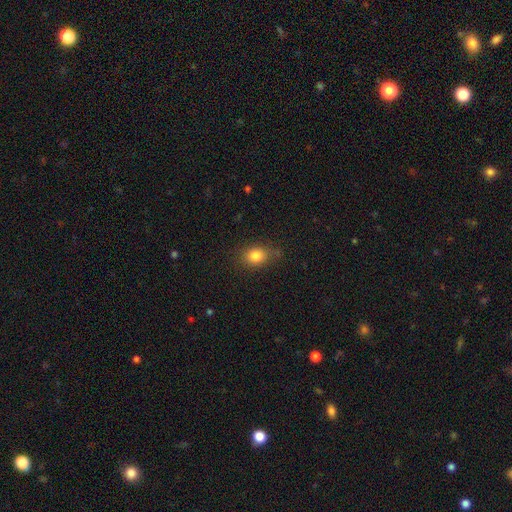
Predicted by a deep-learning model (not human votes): This appears to be a smooth galaxy with no disk features (82%) that is in between round and cigar-shaped (56%). Merging: none (71%).